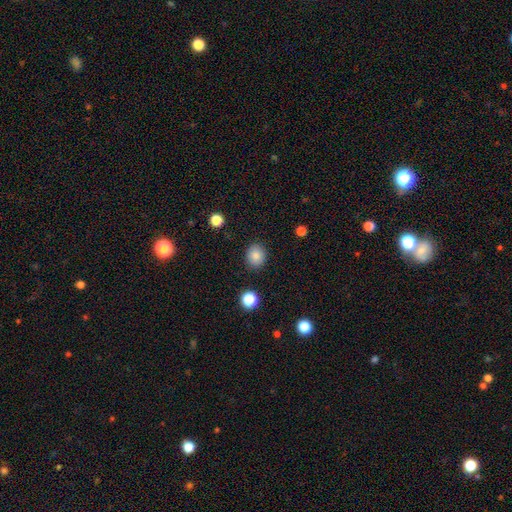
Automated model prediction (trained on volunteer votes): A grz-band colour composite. It shows a smooth galaxy with no disk features (85%) that is round (65%). Merging: none (88%).